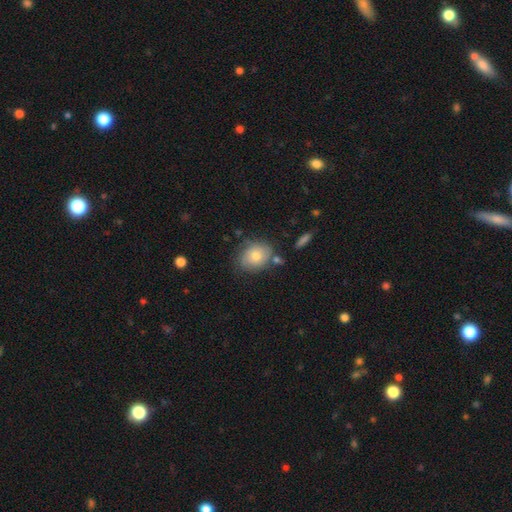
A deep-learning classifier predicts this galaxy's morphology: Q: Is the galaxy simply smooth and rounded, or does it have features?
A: smooth — 70%.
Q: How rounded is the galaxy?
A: in between — 52%.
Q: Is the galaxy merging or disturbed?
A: none — 67%.